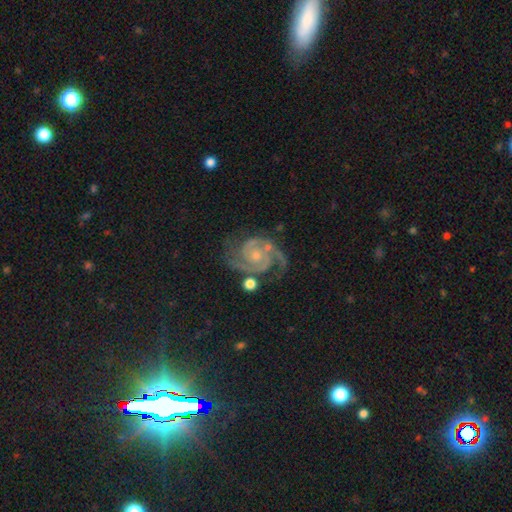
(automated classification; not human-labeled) Smooth or featured? featured or disk (92%)
Edge-on disk? no (98%)
Bar? no (72%)
Spiral arms? yes (99%)
Spiral winding? tight (54%)
Spiral arm count? 2 (81%)
Bulge size? small (62%)
Merging? none (70%)